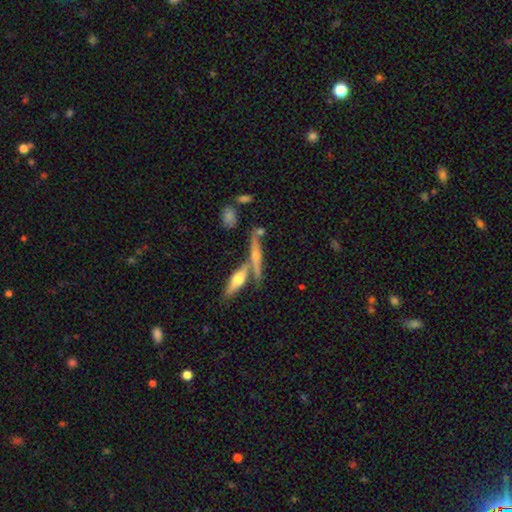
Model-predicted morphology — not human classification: featured or disk 63%, smooth 28%, star or artifact 10%. Down the decision tree: edge-on disk — yes (91%); edge-on bulge — rounded (83%); merging — none (57%).